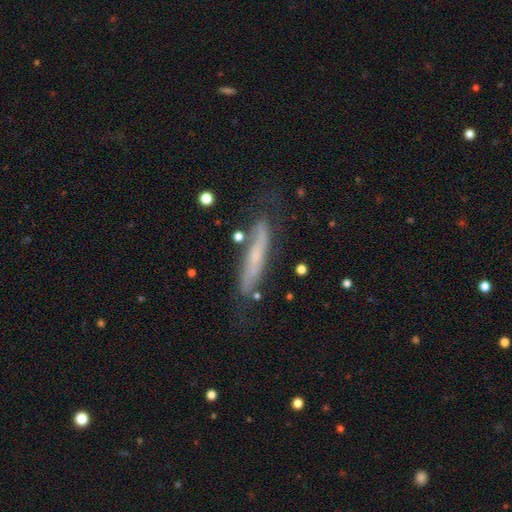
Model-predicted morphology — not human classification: smooth-or-featured: featured or disk: 52% | smooth: 40% | star or artifact: 8%
  disk-edge-on: yes: 71% | no: 29%
  merging: none: 65% | minor disturbance: 23% | major disturbance: 8% | merger: 4%